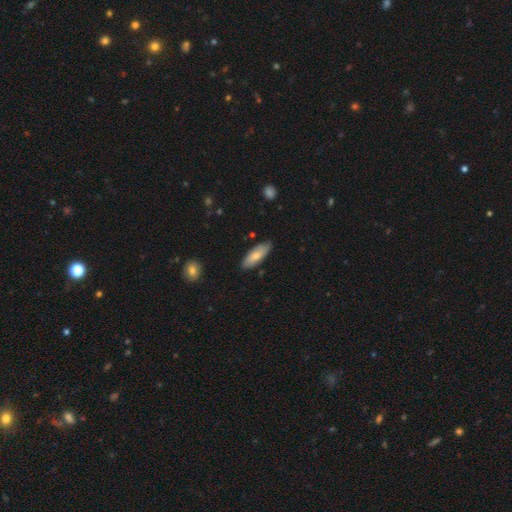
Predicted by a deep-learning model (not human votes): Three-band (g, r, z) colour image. It shows a smooth galaxy with no disk features (72%) that is in between round and cigar-shaped (68%). Merging: none (82%).